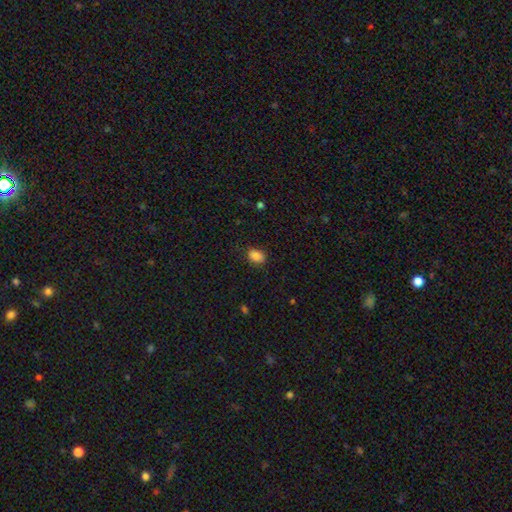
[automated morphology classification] This is clearly a smooth galaxy (87%). How rounded: likely in between (77%). Merging: clearly none (82%).